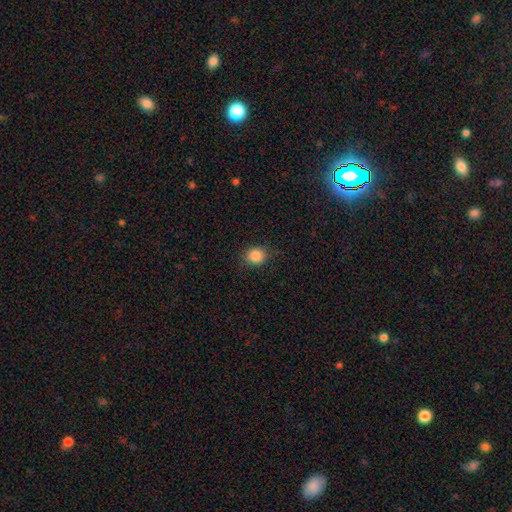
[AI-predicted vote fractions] Smooth or featured: smooth — 86% (star or artifact — 10%)
How rounded: round — 79% (in between — 20%)
Merging: none — 84% (minor disturbance — 12%)